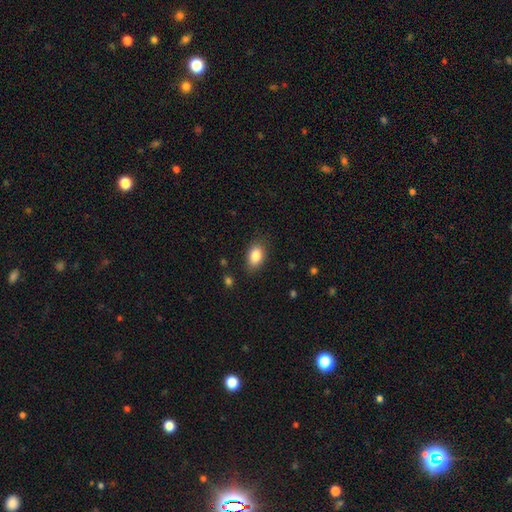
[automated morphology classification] smooth_or_featured: smooth (p=0.85) [alt: star or artifact p=0.08]
how_rounded: in between (p=0.86) [alt: round p=0.12]
merging: none (p=0.82) [alt: minor disturbance p=0.14]